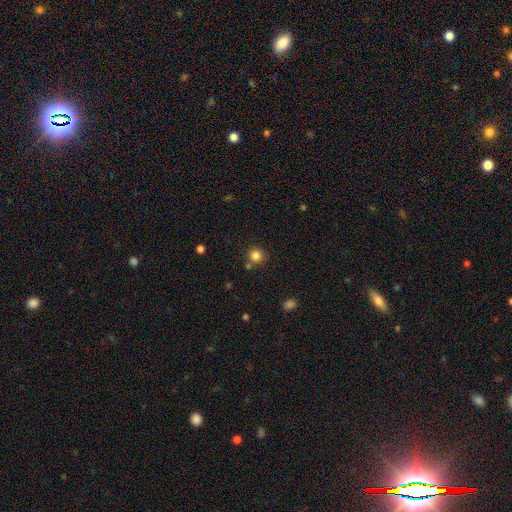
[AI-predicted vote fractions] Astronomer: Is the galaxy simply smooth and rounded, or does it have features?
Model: smooth — 83%.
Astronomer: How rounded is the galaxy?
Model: round — 92%.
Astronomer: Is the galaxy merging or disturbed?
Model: none — 78%.